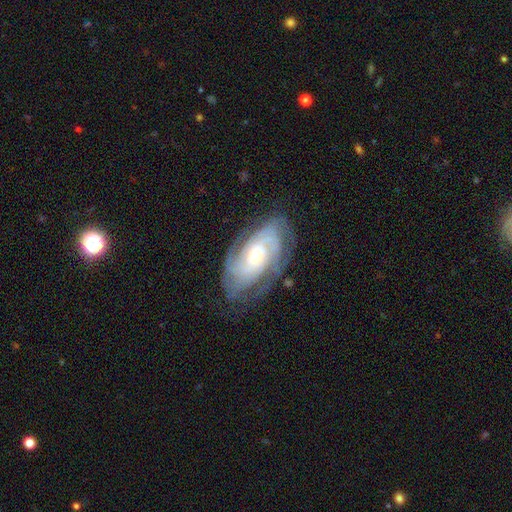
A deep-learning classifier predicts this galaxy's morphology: Smooth or featured? featured or disk (86%)
Edge-on disk? no (95%)
Bar? no (66%)
Spiral arms? yes (96%)
Spiral winding? tight (70%)
Spiral arm count? can't tell (32%)
Bulge size? moderate (49%)
Merging? none (74%)